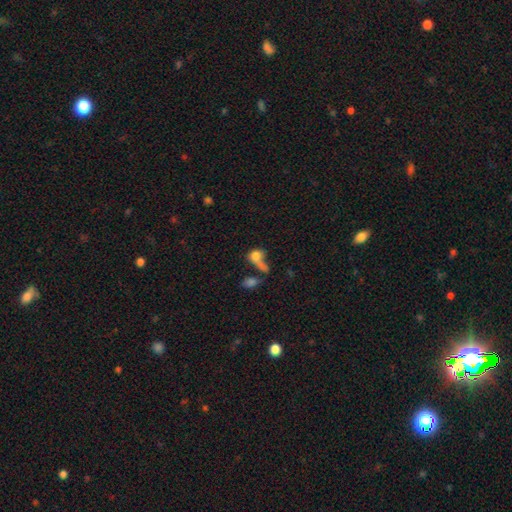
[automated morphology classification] This is likely a smooth galaxy (71%). How rounded: possibly in between (55%). Merging: marginally merger (42%).